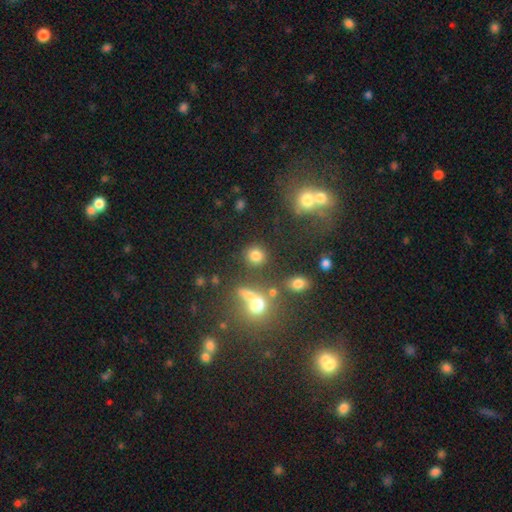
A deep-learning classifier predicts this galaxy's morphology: This appears to be a smooth galaxy with no disk features (77%) that is round (84%). Merging: none (76%).